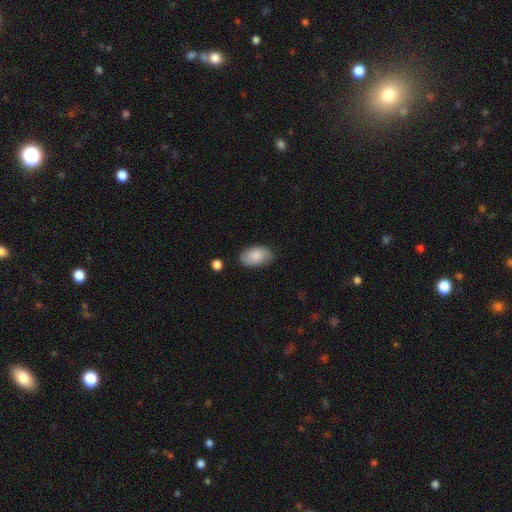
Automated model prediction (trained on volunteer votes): A smooth galaxy with no disk features (79%) that is in between round and cigar-shaped (93%). Merging: none (79%).